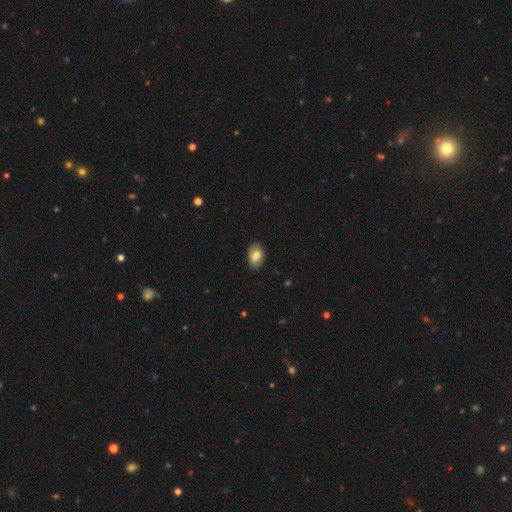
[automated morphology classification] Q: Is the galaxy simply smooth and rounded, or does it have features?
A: smooth — 78%.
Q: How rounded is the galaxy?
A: in between — 90%.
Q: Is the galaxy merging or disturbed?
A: none — 85%.